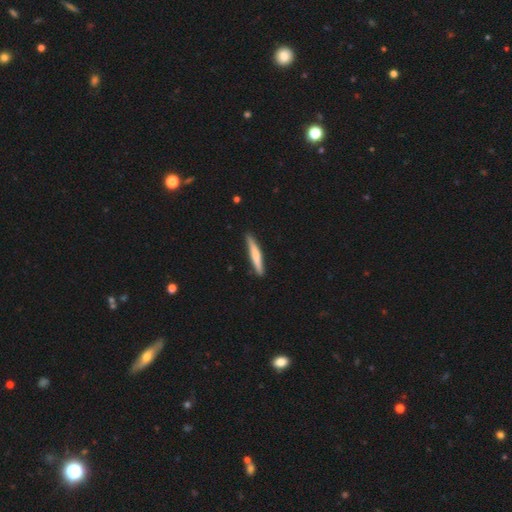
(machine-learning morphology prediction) smooth-or-featured: smooth: 63% | featured or disk: 32% | star or artifact: 5%
  how-rounded: cigar-shaped: 95% | in between: 4% | round: 1%
  merging: none: 88% | minor disturbance: 10% | major disturbance: 2% | merger: 1%